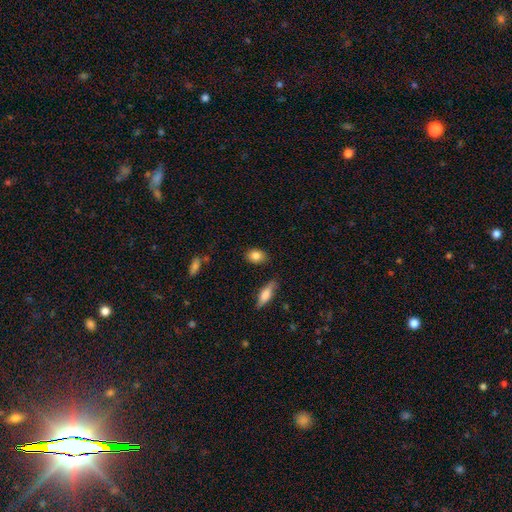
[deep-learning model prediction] This is clearly a smooth galaxy (84%). How rounded: likely in between (71%). Merging: clearly none (84%).